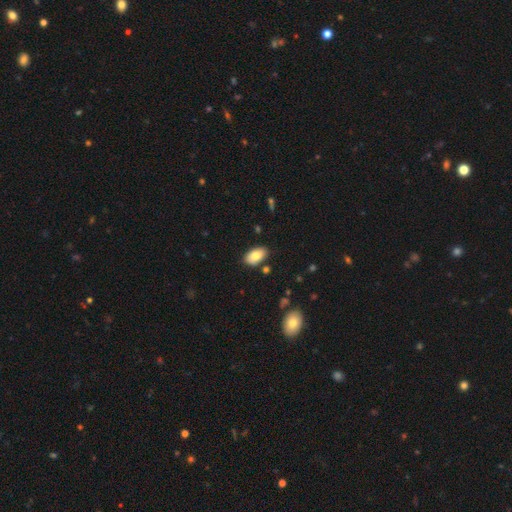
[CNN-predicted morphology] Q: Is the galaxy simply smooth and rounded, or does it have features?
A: smooth — 78%.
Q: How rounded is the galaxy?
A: in between — 94%.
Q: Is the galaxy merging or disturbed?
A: none — 82%.